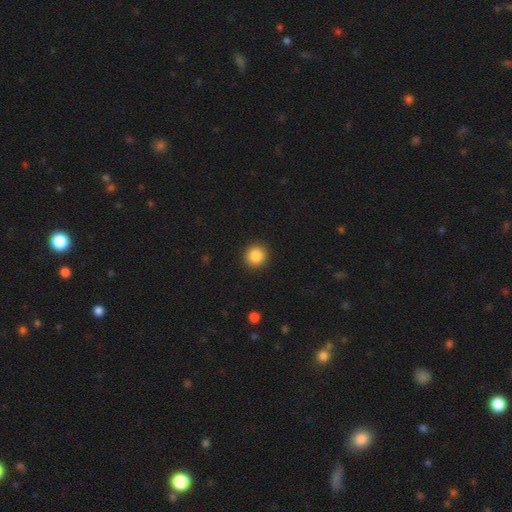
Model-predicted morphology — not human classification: A smooth galaxy with no disk features (86%) that is round (92%). Merging: none (92%).